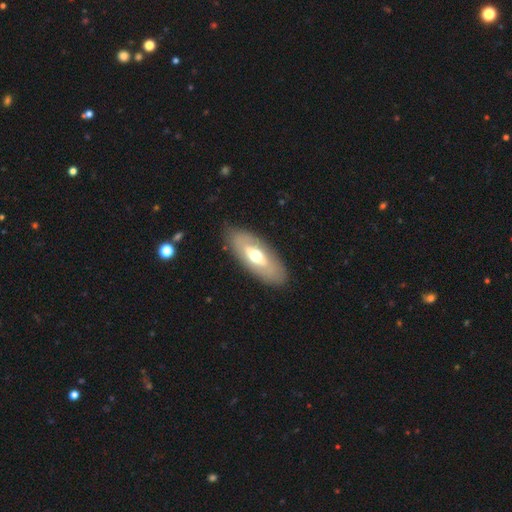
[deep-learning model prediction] A featured or disk galaxy (48%).

Vote fractions:
- Smooth or featured? featured or disk: 48% / smooth: 46% / star or artifact: 6%
- Merging? none: 85% / minor disturbance: 11% / major disturbance: 4% / merger: 1%